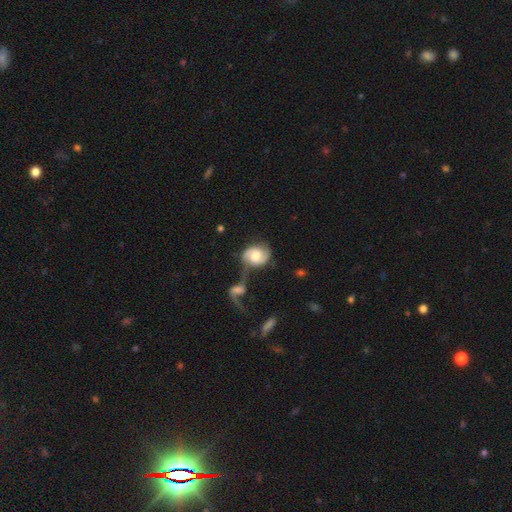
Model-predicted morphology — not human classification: This appears to be a featured or disk galaxy (71%) with no bar (49%), 2 (86%) medium (43%) spiral arms (92%) and a moderate central bulge (52%). Merging: merger (42%).